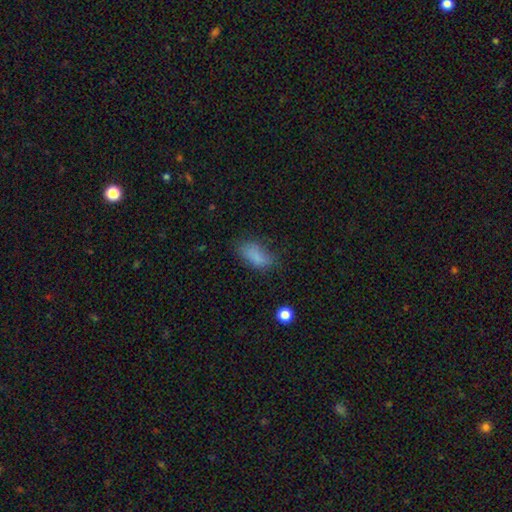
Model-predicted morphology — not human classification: Smooth or featured? smooth (81%)
How rounded? in between (89%)
Merging? none (63%)